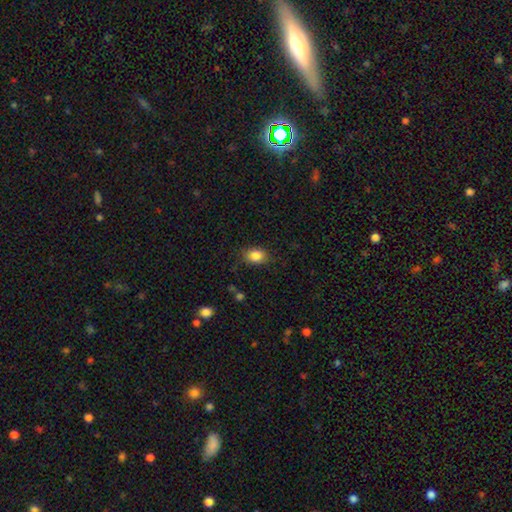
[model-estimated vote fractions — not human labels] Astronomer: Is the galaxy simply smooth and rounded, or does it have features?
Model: smooth — 86%.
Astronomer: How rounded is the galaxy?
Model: in between — 66%.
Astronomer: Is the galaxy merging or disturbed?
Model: none — 82%.